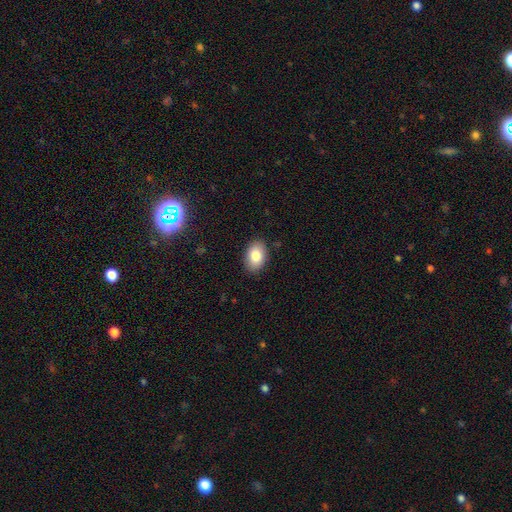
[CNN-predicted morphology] Smooth or featured? smooth (83%)
How rounded? in between (87%)
Merging? none (88%)